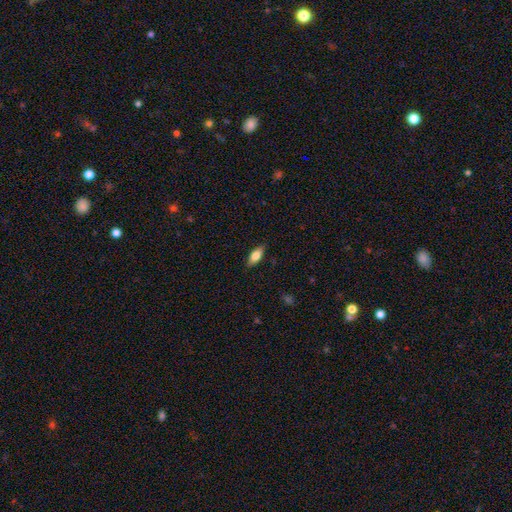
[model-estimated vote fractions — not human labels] Overall: smooth (73%). How rounded: in between (78%). Merging: none (87%).